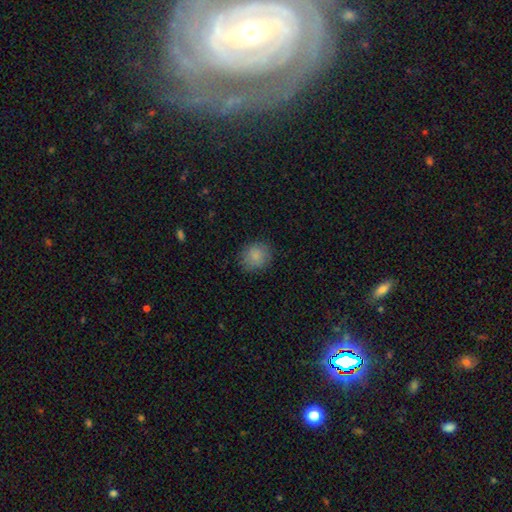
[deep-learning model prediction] smooth-or-featured: smooth: 85% | star or artifact: 9% | featured or disk: 6%
  how-rounded: round: 85% | in between: 14% | cigar-shaped: 1%
  merging: none: 84% | minor disturbance: 12% | major disturbance: 3% | merger: 1%